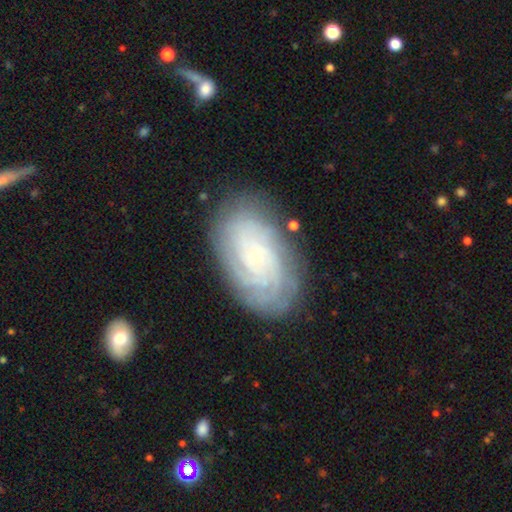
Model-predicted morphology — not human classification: Overall: featured or disk (80%). Edge-on disk: no (96%). Bar: no (78%). Spiral arms: yes (96%). Spiral arm count: can't tell (34%; 4 22%). Spiral winding: tight (80%). Bulge size: small (86%). Merging: none (79%).